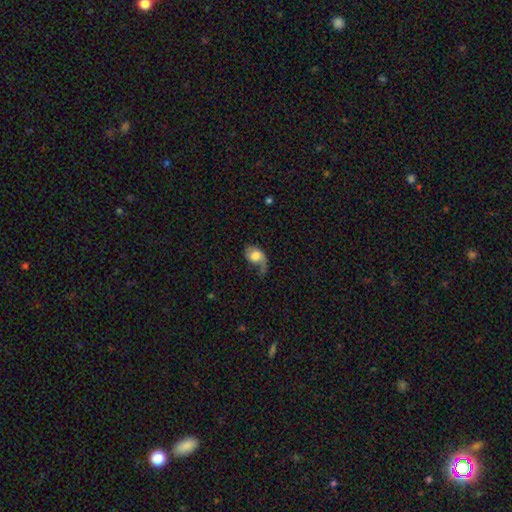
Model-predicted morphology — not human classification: Smooth or featured: smooth — 57% (featured or disk — 36%)
How rounded: in between — 73% (round — 26%)
Merging: major disturbance — 42% (minor disturbance — 28%)